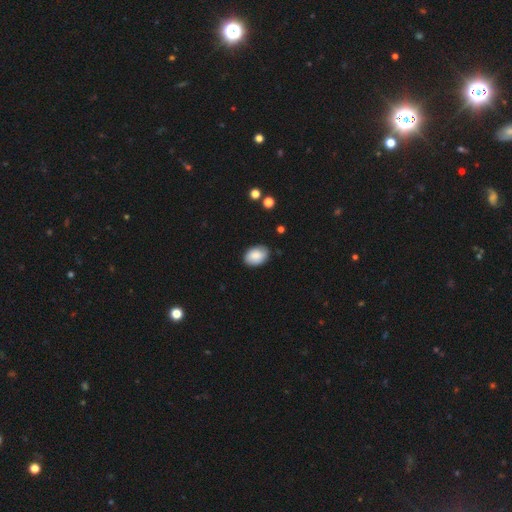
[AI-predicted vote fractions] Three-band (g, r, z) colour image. It shows a smooth galaxy with no disk features (84%) that is in between round and cigar-shaped (83%). Merging: none (83%).